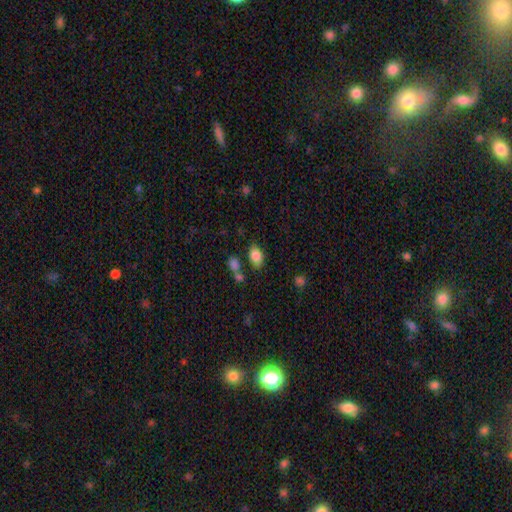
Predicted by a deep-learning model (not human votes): Smooth or featured? smooth (84%)
How rounded? in between (86%)
Merging? none (71%)